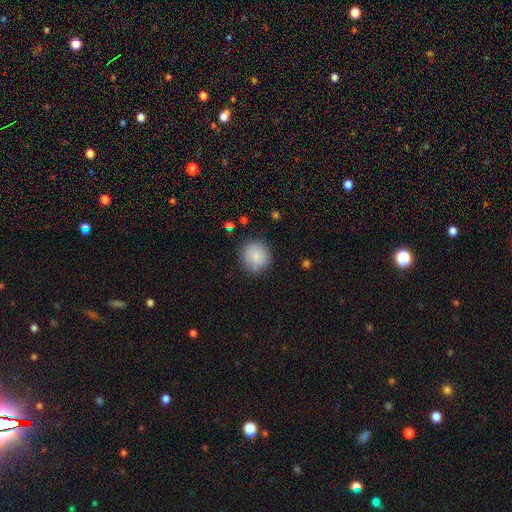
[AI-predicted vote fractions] smooth 83%, featured or disk 10%, star or artifact 7%. Down the decision tree: how rounded — round (91%); merging — none (82%).